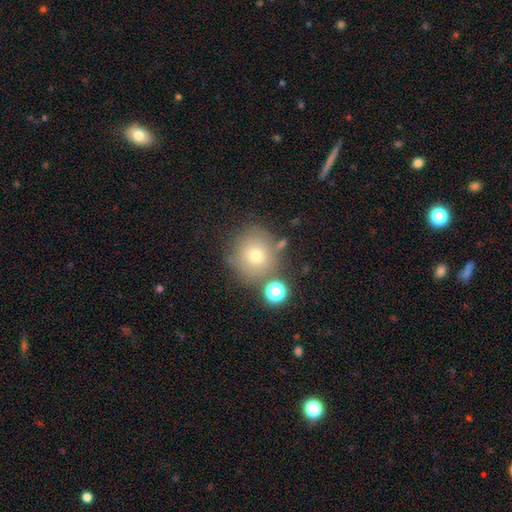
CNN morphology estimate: This appears to be a smooth galaxy with no disk features (68%) that is round (90%). Merging: none (71%).